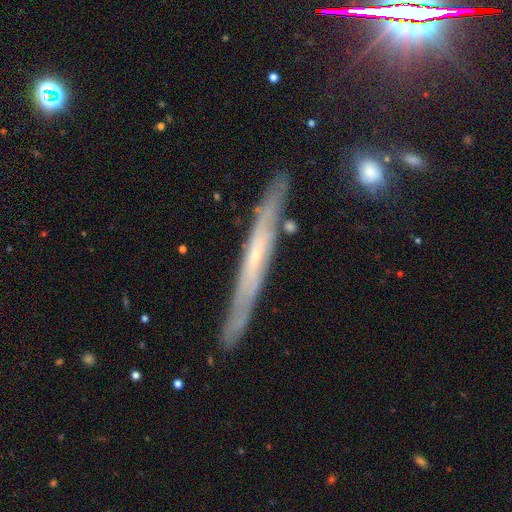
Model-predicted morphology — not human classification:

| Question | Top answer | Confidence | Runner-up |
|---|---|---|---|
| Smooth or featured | featured or disk | 70% | smooth (23%) |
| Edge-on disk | yes | 90% | no (10%) |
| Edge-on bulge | none | 70% | rounded (26%) |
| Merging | none | 86% | minor disturbance (10%) |